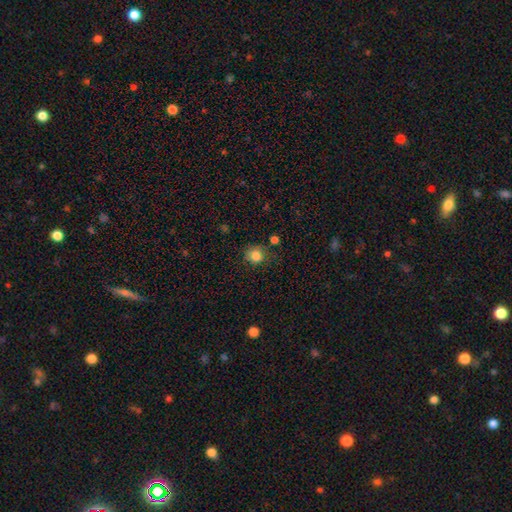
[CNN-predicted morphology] The model was most divided on "merging": none: 73%, minor disturbance: 18%, major disturbance: 5%, merger: 4%. More confident: how rounded — round (83%); smooth or featured — smooth (83%).